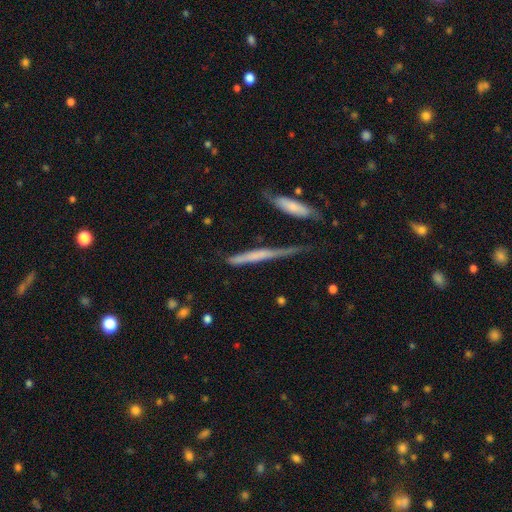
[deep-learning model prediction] smooth-or-featured: smooth: 48% | featured or disk: 44% | star or artifact: 8%
  merging: none: 55% | minor disturbance: 22% | merger: 12% | major disturbance: 11%